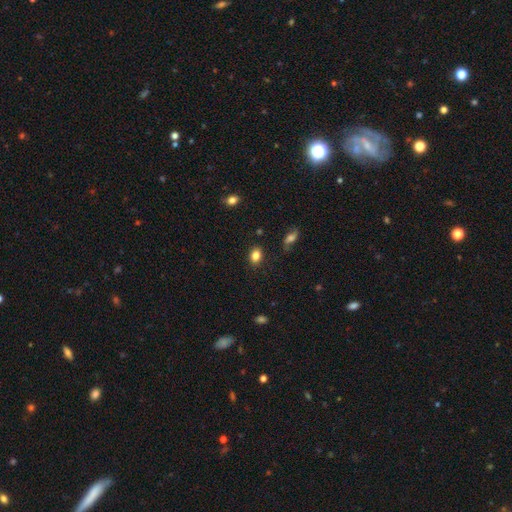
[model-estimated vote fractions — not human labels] A smooth galaxy with no disk features (84%) that is in between round and cigar-shaped (72%). Merging: none (85%).